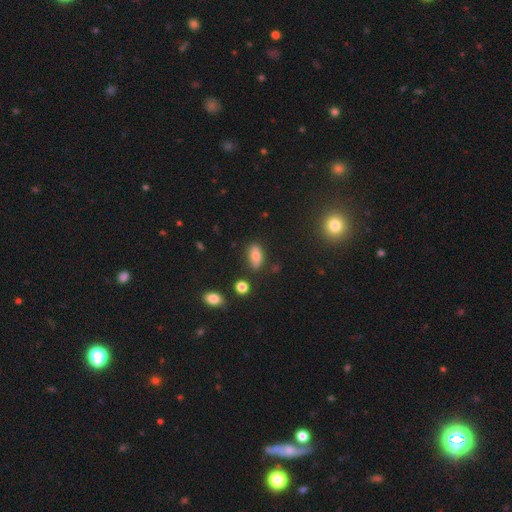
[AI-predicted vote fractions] smooth-or-featured: smooth: 73% | featured or disk: 16% | star or artifact: 10%
  how-rounded: in between: 80% | cigar-shaped: 15% | round: 5%
  merging: none: 74% | minor disturbance: 18% | major disturbance: 4% | merger: 4%